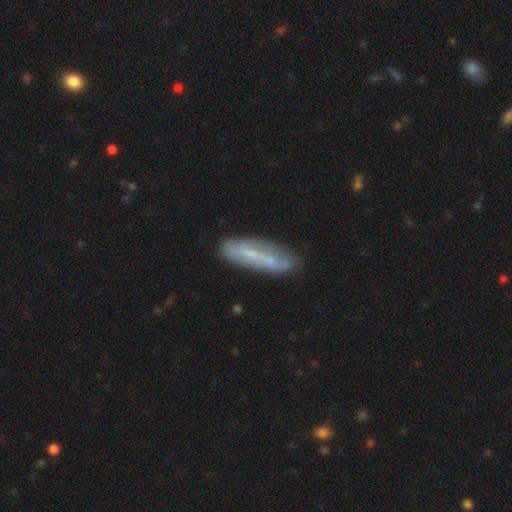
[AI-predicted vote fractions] Smooth or featured: featured or disk — 56% (smooth — 36%)
Edge-on disk: no — 65% (yes — 35%)
Merging: none — 76% (minor disturbance — 16%)